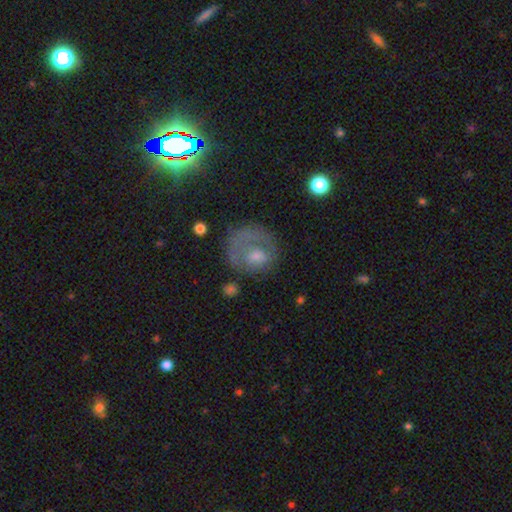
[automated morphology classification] smooth_or_featured: featured or disk (p=0.46) [alt: smooth p=0.29]
merging: none (p=0.57) [alt: major disturbance p=0.19]